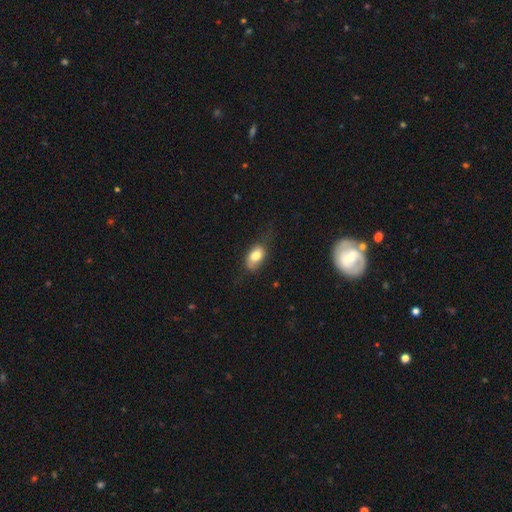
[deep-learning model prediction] Q: Smooth or featured?
A: smooth (76%); runner-up: featured or disk (16%)
Q: How rounded?
A: in between (88%); runner-up: round (9%)
Q: Merging?
A: none (60%); runner-up: minor disturbance (28%)